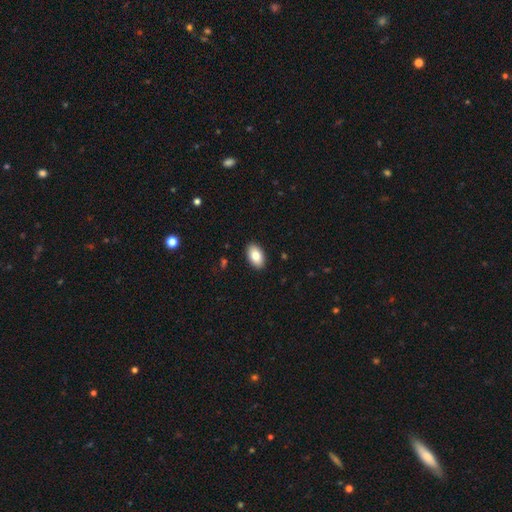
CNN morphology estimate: A smooth galaxy with no disk features (84%) that is in between round and cigar-shaped (94%). Merging: none (90%).